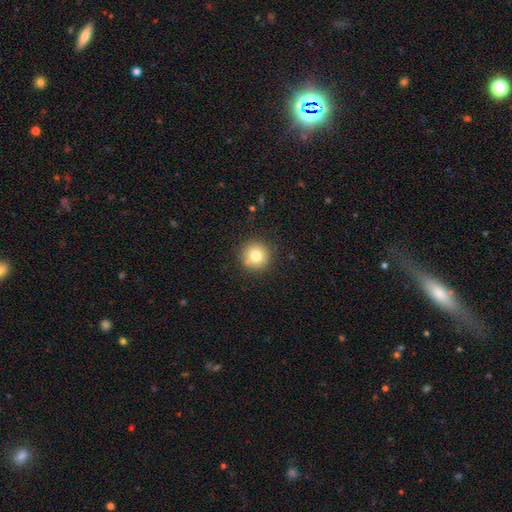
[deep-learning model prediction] This is likely a smooth galaxy (78%). How rounded: clearly round (95%). Merging: clearly none (86%).